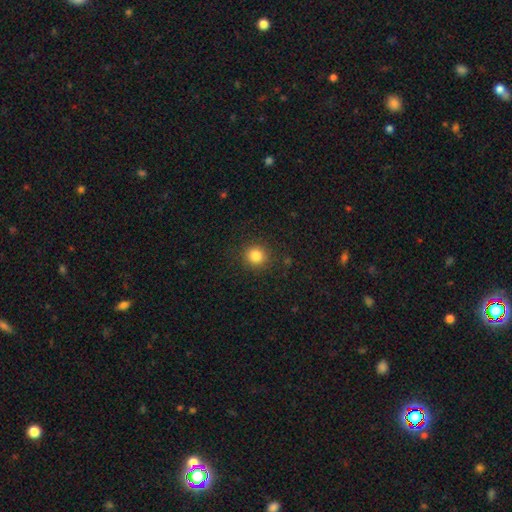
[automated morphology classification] type=smooth (84%); roundness=round (91%); merging=none (89%).